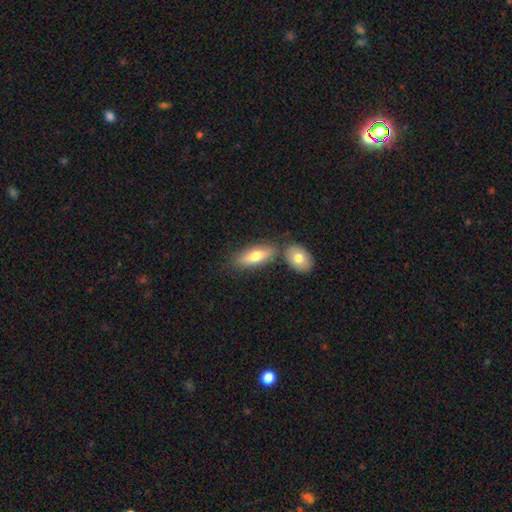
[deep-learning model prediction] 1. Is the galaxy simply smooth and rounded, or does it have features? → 69% smooth, 24% featured or disk, 6% star or artifact.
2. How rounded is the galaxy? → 73% in between, 24% cigar-shaped, 3% round.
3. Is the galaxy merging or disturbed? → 62% none, 22% merger, 12% minor disturbance, 4% major disturbance.